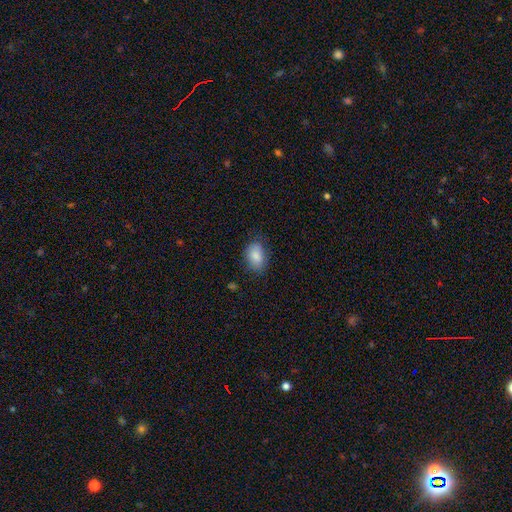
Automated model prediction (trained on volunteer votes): smooth_or_featured: smooth (p=0.85) [alt: featured or disk p=0.07]
how_rounded: in between (p=0.82) [alt: round p=0.17]
merging: none (p=0.75) [alt: minor disturbance p=0.19]